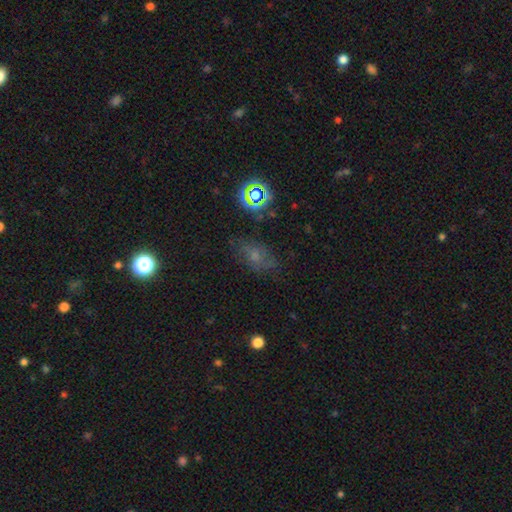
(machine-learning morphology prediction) smooth 44%, star or artifact 30%, featured or disk 26%. Down the decision tree: merging — none (62%).